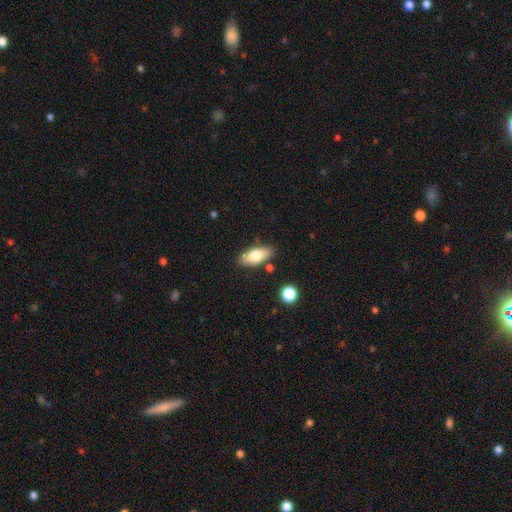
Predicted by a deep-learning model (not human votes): Smooth or featured?
  - smooth: 76% *
  - featured or disk: 18%
  - star or artifact: 7%
How rounded?
  - in between: 85% *
  - cigar-shaped: 12%
  - round: 3%
Merging?
  - none: 82% *
  - minor disturbance: 12%
  - merger: 4%
  - major disturbance: 2%